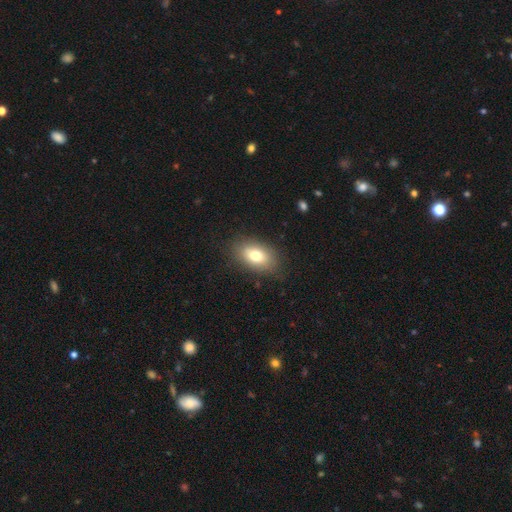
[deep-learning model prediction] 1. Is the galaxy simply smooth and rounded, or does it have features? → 76% smooth, 16% featured or disk, 9% star or artifact.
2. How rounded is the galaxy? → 88% in between, 9% round, 3% cigar-shaped.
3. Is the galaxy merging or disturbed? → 84% none, 12% minor disturbance, 3% major disturbance, 1% merger.